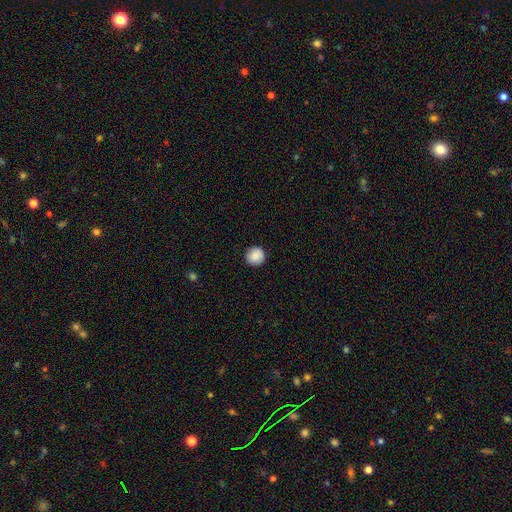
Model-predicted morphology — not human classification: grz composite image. It shows a smooth galaxy with no disk features (88%) that is round (95%). Merging: none (91%).